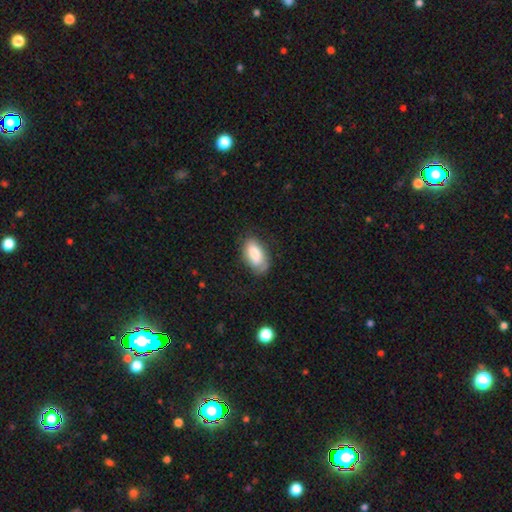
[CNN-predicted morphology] This is likely a smooth galaxy (75%). How rounded: clearly in between (93%). Merging: likely none (69%).